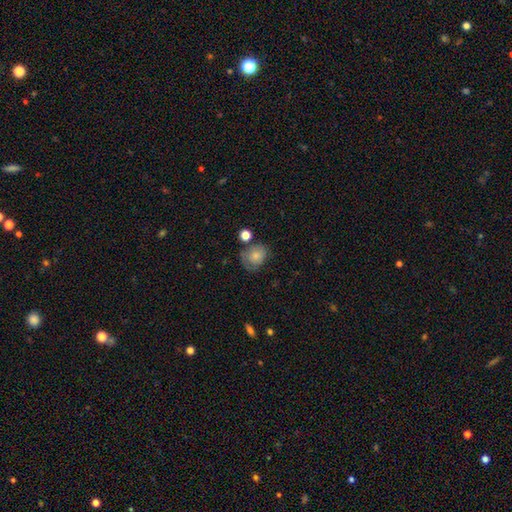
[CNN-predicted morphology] type=smooth (75%); roundness=round (59%); merging=none (54%).